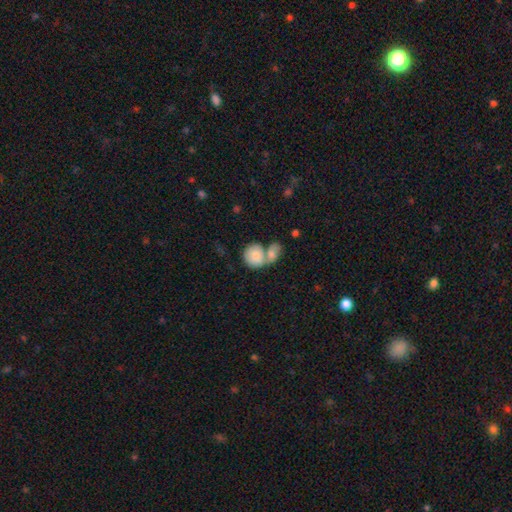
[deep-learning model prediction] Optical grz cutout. It shows a smooth galaxy with no disk features (78%) that is round (74%). Merging: merger (62%).